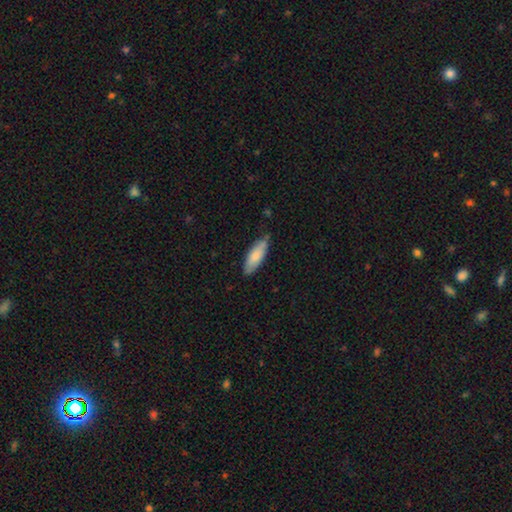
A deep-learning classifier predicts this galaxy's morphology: Smooth or featured: smooth — 81% (featured or disk — 14%)
How rounded: in between — 62% (cigar-shaped — 37%)
Merging: none — 78% (minor disturbance — 18%)